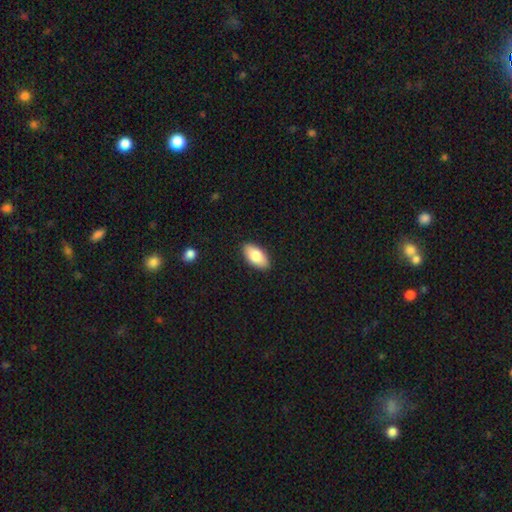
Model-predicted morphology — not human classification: smooth-or-featured: smooth: 82% | featured or disk: 12% | star or artifact: 6%
  how-rounded: in between: 94% | cigar-shaped: 4% | round: 3%
  merging: none: 89% | minor disturbance: 9% | major disturbance: 2% | merger: 1%